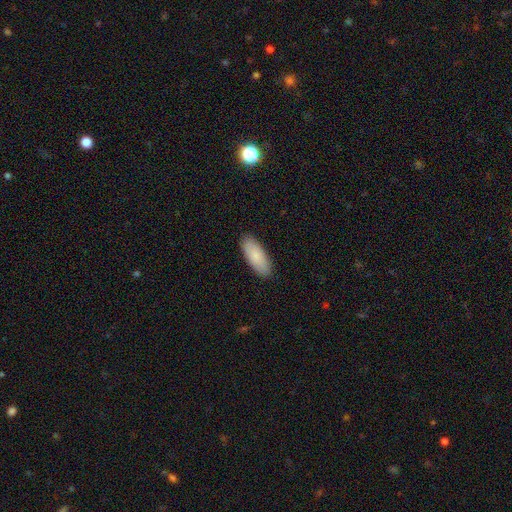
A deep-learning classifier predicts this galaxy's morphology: Smooth or featured: smooth — 85% (featured or disk — 9%)
How rounded: in between — 80% (cigar-shaped — 18%)
Merging: none — 89% (minor disturbance — 8%)